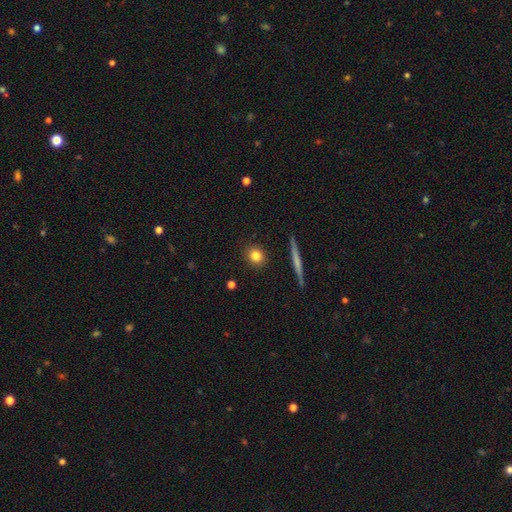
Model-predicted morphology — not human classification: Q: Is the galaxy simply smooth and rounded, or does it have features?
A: smooth — 81%.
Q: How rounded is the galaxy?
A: round — 79%.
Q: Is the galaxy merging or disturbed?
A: none — 90%.